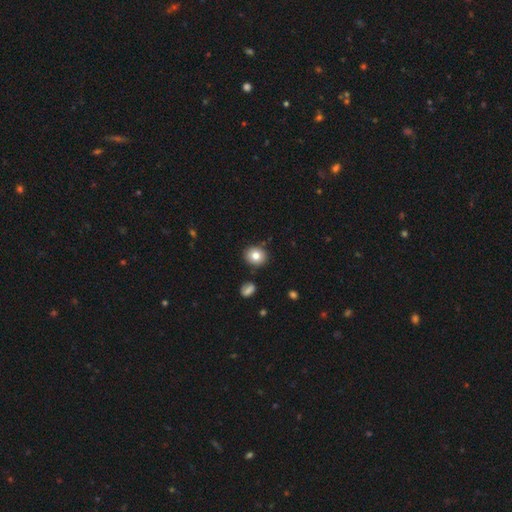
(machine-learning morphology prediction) Smooth or featured?
  - smooth: 80% *
  - star or artifact: 10%
  - featured or disk: 10%
How rounded?
  - round: 84% *
  - in between: 15%
  - cigar-shaped: 1%
Merging?
  - none: 87% *
  - minor disturbance: 8%
  - merger: 3%
  - major disturbance: 2%